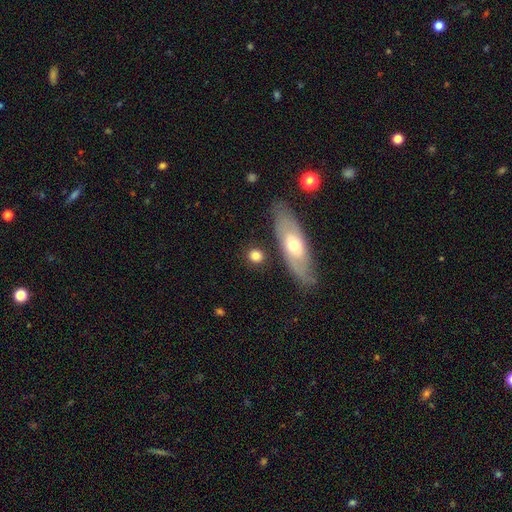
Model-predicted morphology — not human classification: Smooth or featured? Predicted: smooth (p=0.78). How rounded? Predicted: round (p=0.70). Merging? Predicted: none (p=0.80).